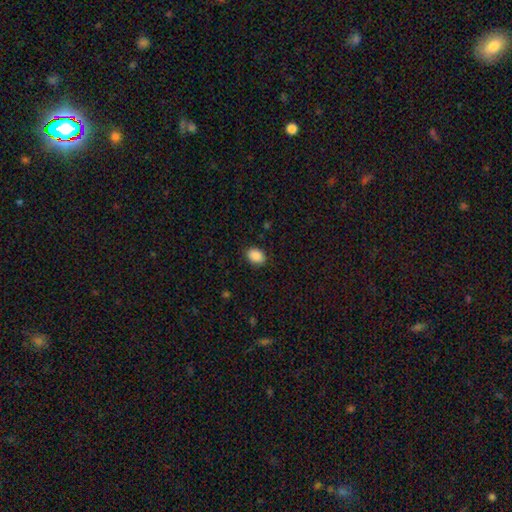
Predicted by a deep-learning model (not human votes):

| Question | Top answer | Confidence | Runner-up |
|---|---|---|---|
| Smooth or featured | smooth | 90% | star or artifact (8%) |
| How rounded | in between | 78% | round (21%) |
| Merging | none | 88% | minor disturbance (9%) |